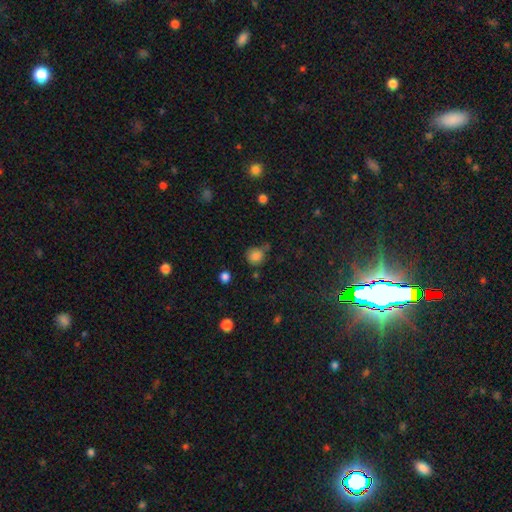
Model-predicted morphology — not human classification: A smooth galaxy with no disk features (81%) that is round (83%). Merging: none (63%).